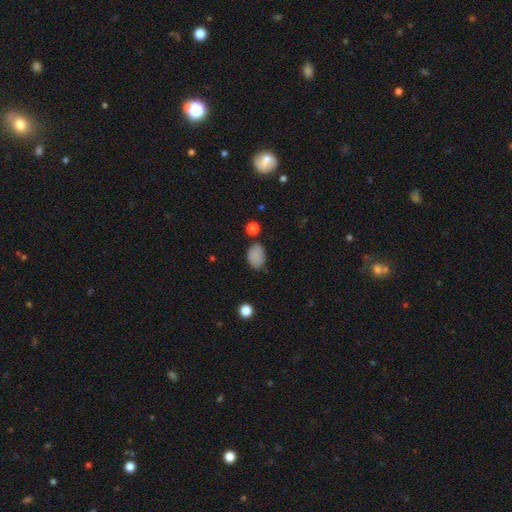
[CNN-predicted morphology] type=smooth (85%); roundness=in between (83%); merging=none (72%).